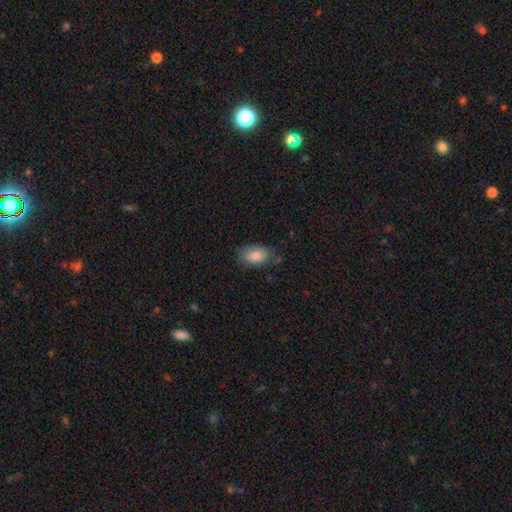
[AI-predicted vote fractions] A smooth galaxy with no disk features (85%) that is in between round and cigar-shaped (92%).

Vote fractions:
- Smooth or featured? smooth: 85% / featured or disk: 9% / star or artifact: 7%
- How rounded? in between: 92% / round: 6% / cigar-shaped: 2%
- Merging? none: 70% / minor disturbance: 23% / major disturbance: 5% / merger: 2%